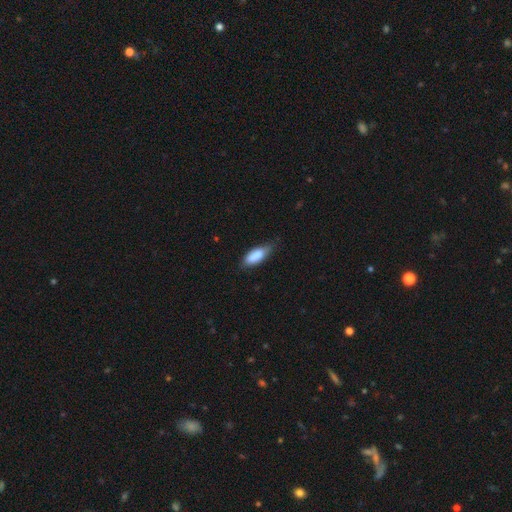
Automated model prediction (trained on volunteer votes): Overall: smooth (83%). How rounded: in between (73%). Merging: none (64%; minor disturbance 29%).